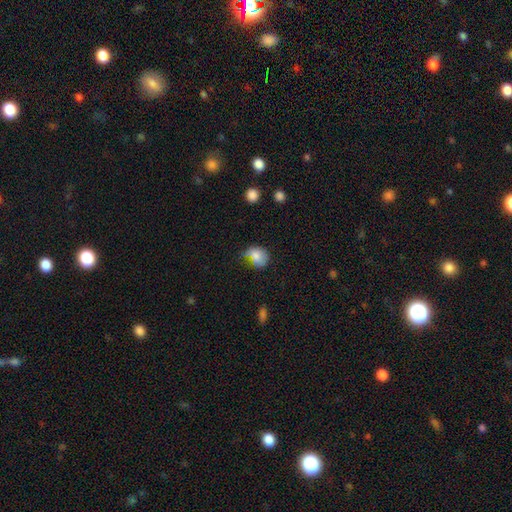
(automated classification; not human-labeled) Smooth or featured? smooth (76%)
How rounded? round (53%)
Merging? none (37%)